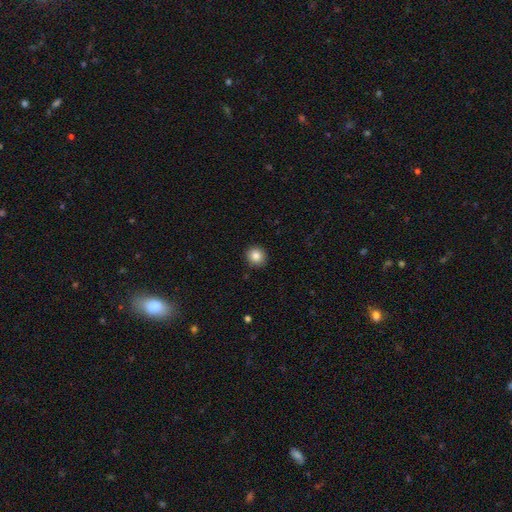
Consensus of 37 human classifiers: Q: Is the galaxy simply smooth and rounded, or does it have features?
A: smooth — 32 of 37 (86%).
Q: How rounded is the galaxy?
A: round — 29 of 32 (91%).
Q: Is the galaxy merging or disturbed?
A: none — 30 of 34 (88%).